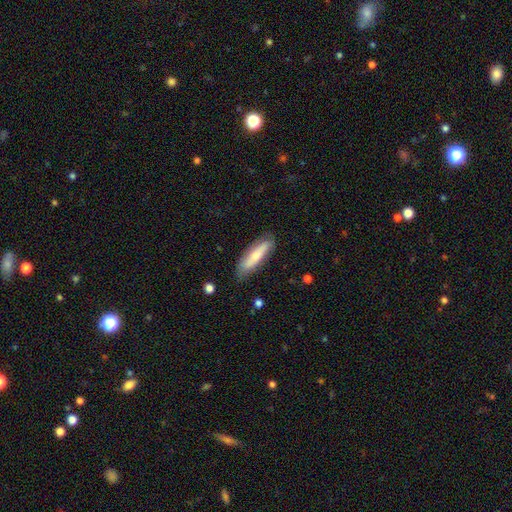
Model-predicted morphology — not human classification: Smooth or featured? Predicted: smooth (p=0.64). How rounded? Predicted: cigar-shaped (p=0.65). Merging? Predicted: none (p=0.79).